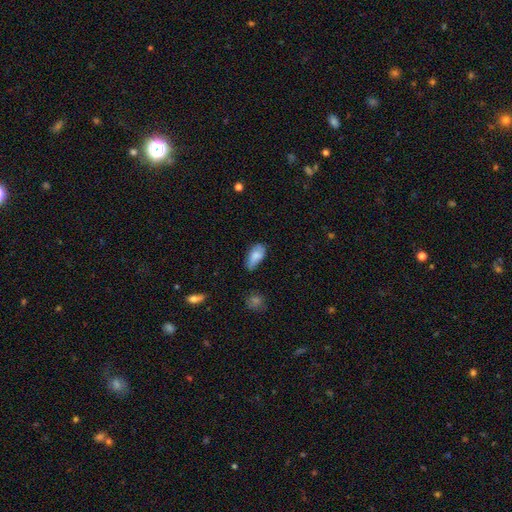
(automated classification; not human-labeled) Overall: smooth (79%). How rounded: in between (91%). Merging: none (55%; minor disturbance 35%).